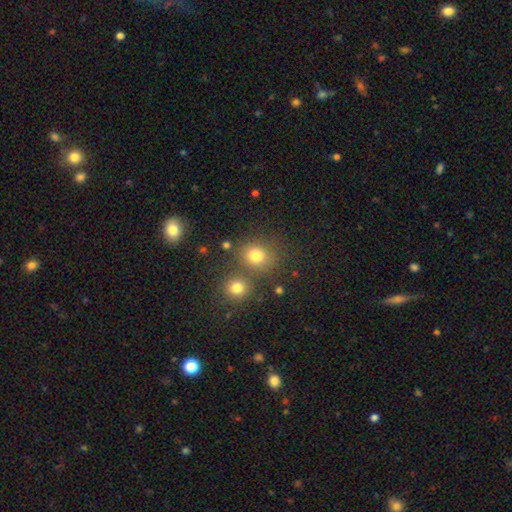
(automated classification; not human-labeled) smooth_or_featured: smooth (p=0.77) [alt: star or artifact p=0.17]
how_rounded: round (p=0.79) [alt: in between p=0.20]
merging: none (p=0.67) [alt: merger p=0.20]